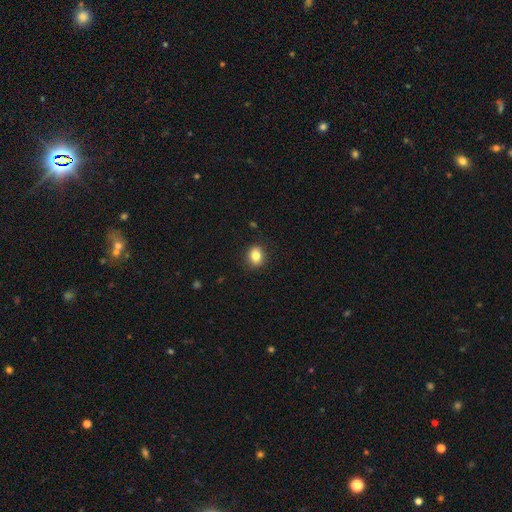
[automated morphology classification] Smooth or featured? smooth (83%)
How rounded? round (59%)
Merging? none (90%)